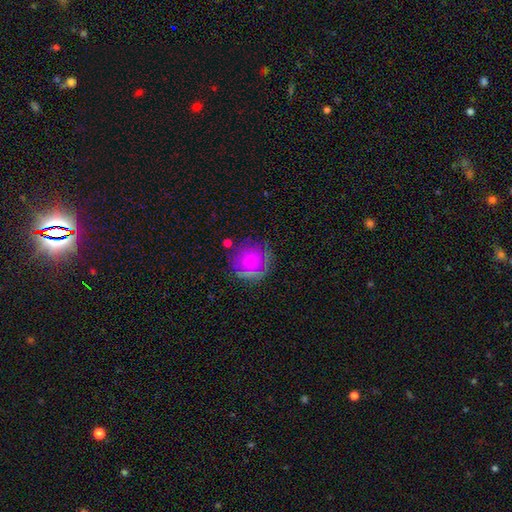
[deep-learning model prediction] Smooth or featured?
  - smooth: 61% *
  - featured or disk: 29%
  - star or artifact: 10%
How rounded?
  - round: 91% *
  - in between: 8%
  - cigar-shaped: 1%
Merging?
  - none: 69% *
  - minor disturbance: 18%
  - major disturbance: 8%
  - merger: 5%